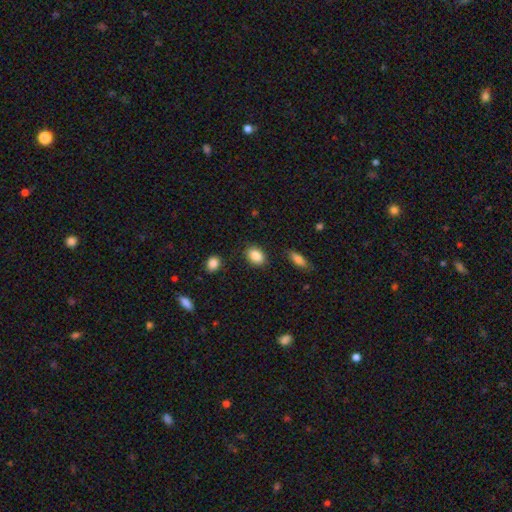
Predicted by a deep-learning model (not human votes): A smooth galaxy with no disk features (87%) that is in between round and cigar-shaped (76%).

Vote fractions:
- Smooth or featured? smooth: 87% / star or artifact: 8% / featured or disk: 5%
- How rounded? in between: 76% / round: 23% / cigar-shaped: 1%
- Merging? none: 86% / minor disturbance: 9% / major disturbance: 2% / merger: 2%